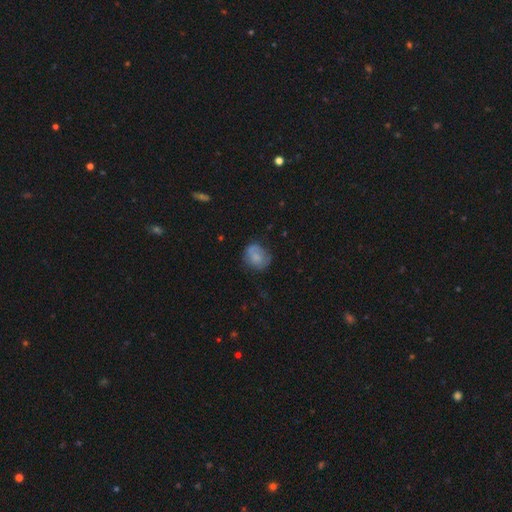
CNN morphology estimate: Smooth or featured? smooth (68%)
How rounded? round (62%)
Merging? none (60%)